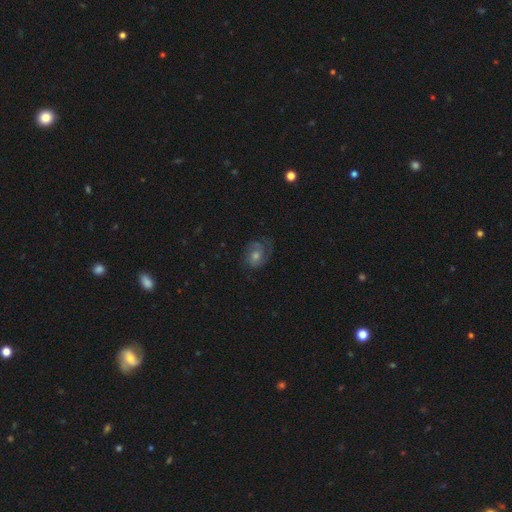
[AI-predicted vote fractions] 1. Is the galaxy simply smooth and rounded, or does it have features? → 60% featured or disk, 25% smooth, 15% star or artifact.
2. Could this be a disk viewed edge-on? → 97% no, 3% yes.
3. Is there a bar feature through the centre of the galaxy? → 73% no, 23% weak, 4% strong.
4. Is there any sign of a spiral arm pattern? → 87% yes, 13% no.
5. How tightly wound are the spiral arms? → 49% tight, 38% medium, 13% loose.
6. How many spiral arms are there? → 40% 2, 31% can't tell, 14% 1, 10% 3, 3% 4, 3% more than 4.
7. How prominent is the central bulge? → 57% moderate, 33% small, 6% large, 3% none, 1% dominant.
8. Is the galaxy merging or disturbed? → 68% none, 19% minor disturbance, 11% major disturbance, 1% merger.